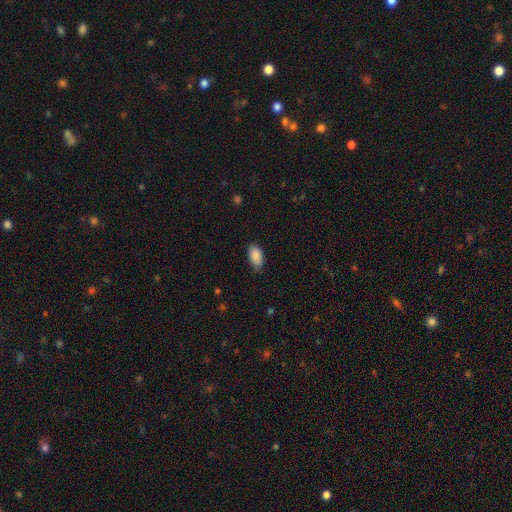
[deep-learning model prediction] smooth_or_featured: smooth (p=0.89) [alt: star or artifact p=0.07]
how_rounded: in between (p=0.93) [alt: round p=0.04]
merging: none (p=0.78) [alt: minor disturbance p=0.18]